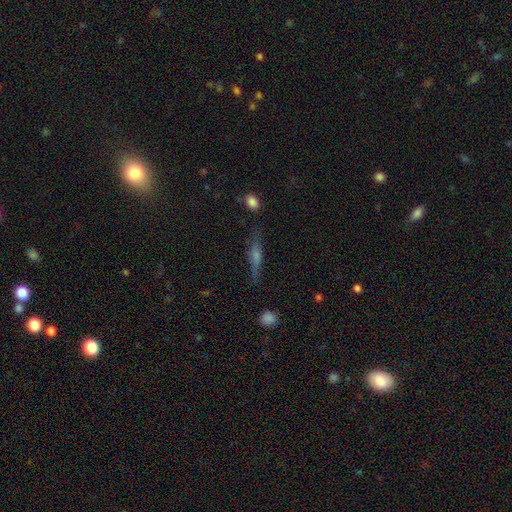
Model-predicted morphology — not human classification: The model was most divided on "smooth or featured": featured or disk: 57%, smooth: 29%, star or artifact: 14%. More confident: edge-on disk — yes (93%); merging — none (81%); edge-on bulge — rounded (74%).